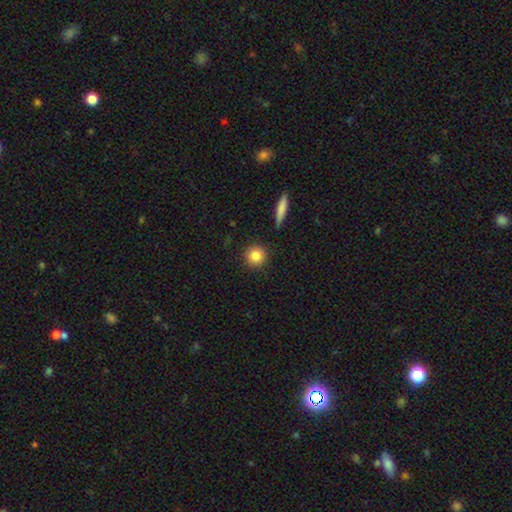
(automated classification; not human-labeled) A smooth galaxy with no disk features (84%) that is round (92%).

Vote fractions:
- Smooth or featured? smooth: 84% / star or artifact: 9% / featured or disk: 7%
- How rounded? round: 92% / in between: 7% / cigar-shaped: 2%
- Merging? none: 89% / minor disturbance: 7% / merger: 2% / major disturbance: 2%